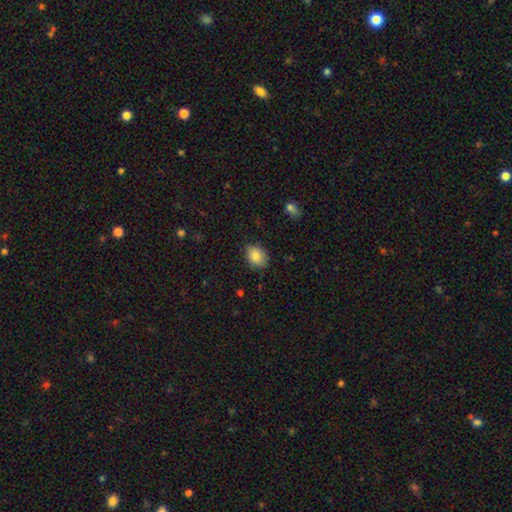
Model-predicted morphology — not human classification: Smooth or featured: smooth — 84% (star or artifact — 8%)
How rounded: in between — 54% (round — 45%)
Merging: none — 80% (minor disturbance — 16%)